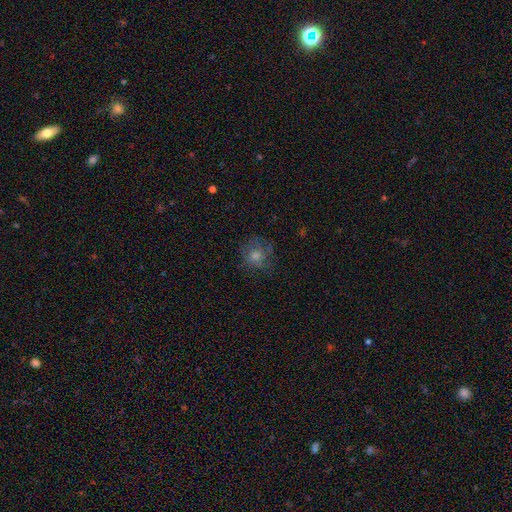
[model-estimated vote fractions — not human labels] Overall: smooth (57%; featured or disk 23%). How rounded: round (85%). Merging: none (72%).